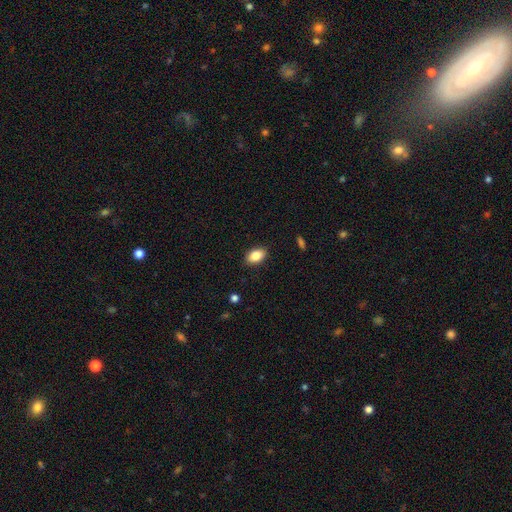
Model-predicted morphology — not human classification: A smooth galaxy with no disk features (84%) that is in between round and cigar-shaped (89%). Merging: none (88%).